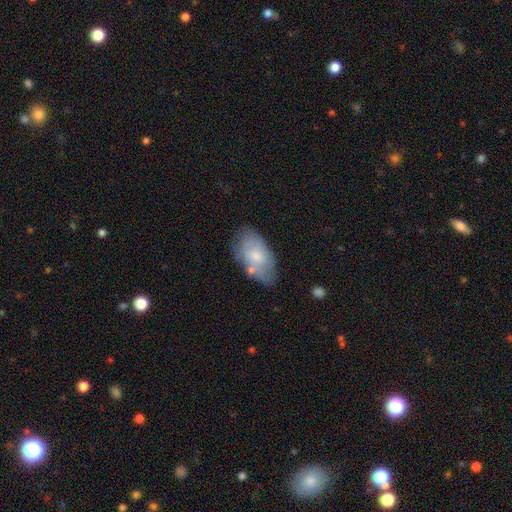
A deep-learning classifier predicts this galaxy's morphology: The model was most divided on "smooth or featured": smooth: 64%, featured or disk: 30%, star or artifact: 6%. More confident: how rounded — in between (94%); merging — none (61%).